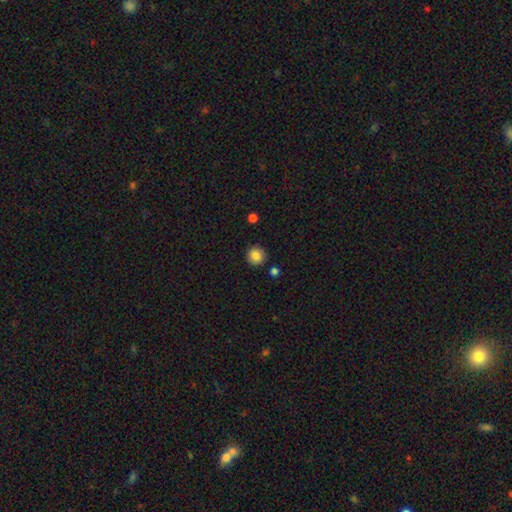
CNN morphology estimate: Overall: smooth (86%). How rounded: round (94%). Merging: none (89%).